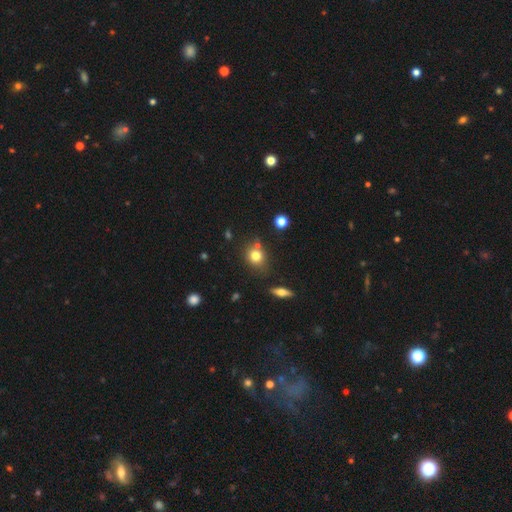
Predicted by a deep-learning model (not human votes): Smooth or featured: smooth — 76% (star or artifact — 13%)
How rounded: round — 70% (in between — 29%)
Merging: none — 69% (merger — 14%)